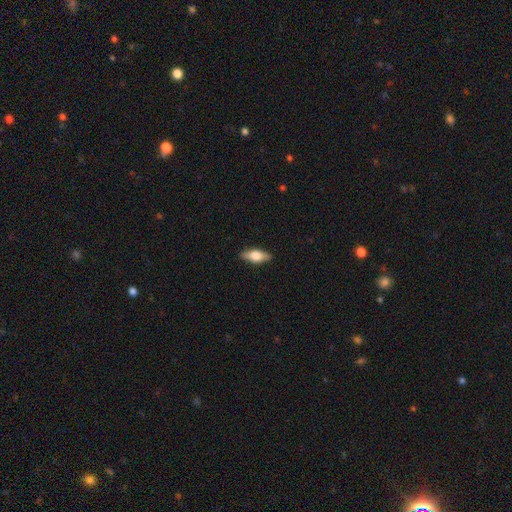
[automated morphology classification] This appears to be a smooth galaxy with no disk features (57%) that is in between round and cigar-shaped (73%). Merging: none (89%).